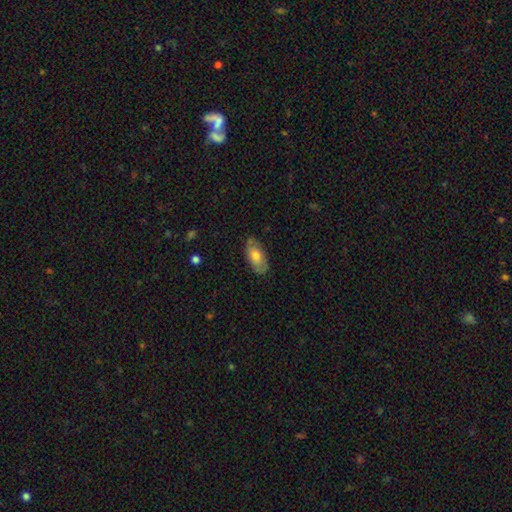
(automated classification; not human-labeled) This appears to be a smooth galaxy with no disk features (67%) that is in between round and cigar-shaped (91%). Merging: none (76%).